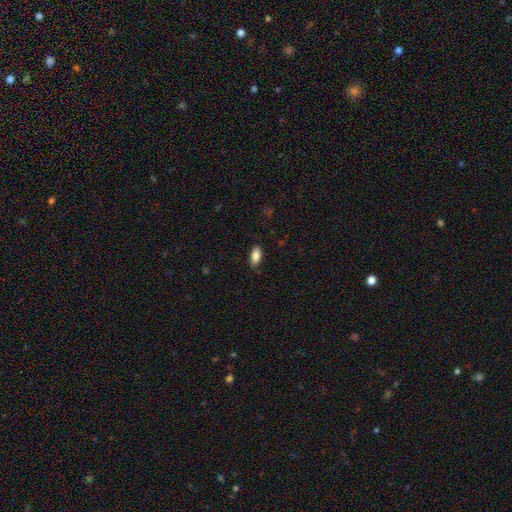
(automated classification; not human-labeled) Morphology: type=smooth (86%); roundness=in between (90%); merging=none (84%).